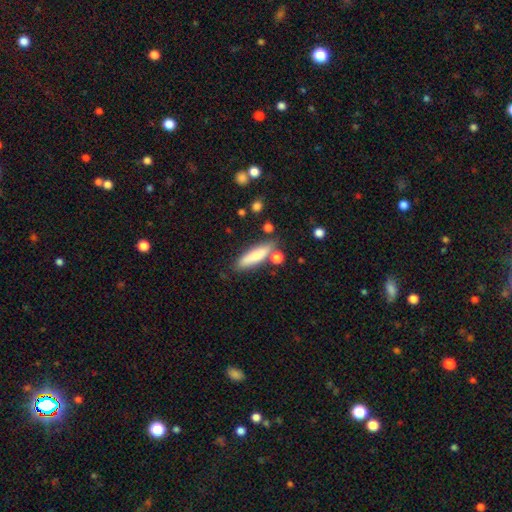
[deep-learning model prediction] This appears to be a smooth galaxy with no disk features (78%) that is cigar-shaped (65%). Merging: none (73%).